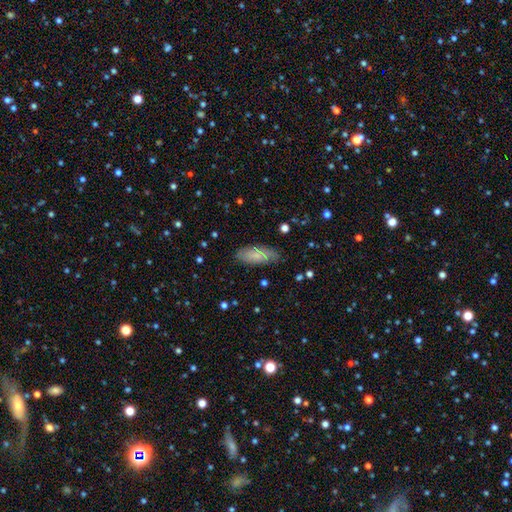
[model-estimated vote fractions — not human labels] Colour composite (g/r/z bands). It shows a smooth galaxy with no disk features (64%) that is in between round and cigar-shaped (78%). Merging: none (77%).